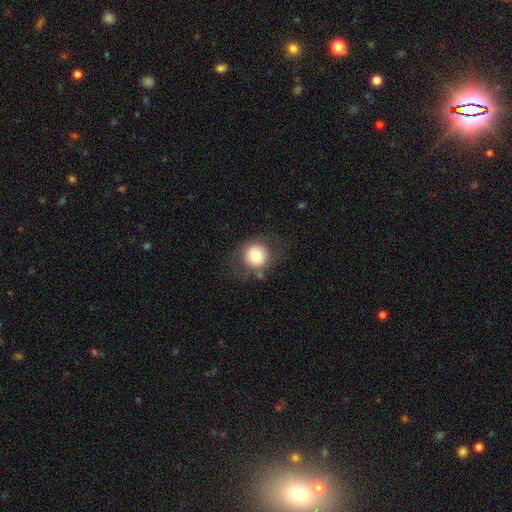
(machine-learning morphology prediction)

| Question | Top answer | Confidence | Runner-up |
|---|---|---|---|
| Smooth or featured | smooth | 77% | featured or disk (14%) |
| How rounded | round | 89% | in between (10%) |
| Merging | none | 76% | minor disturbance (14%) |